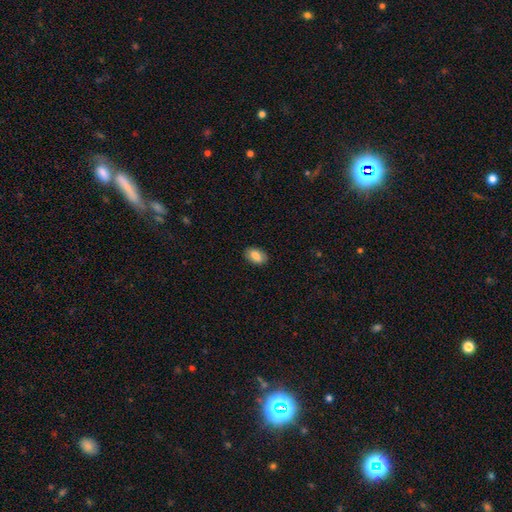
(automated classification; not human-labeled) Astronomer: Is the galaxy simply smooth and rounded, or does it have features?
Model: smooth — 84%.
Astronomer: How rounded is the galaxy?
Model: in between — 91%.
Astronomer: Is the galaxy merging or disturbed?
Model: none — 87%.